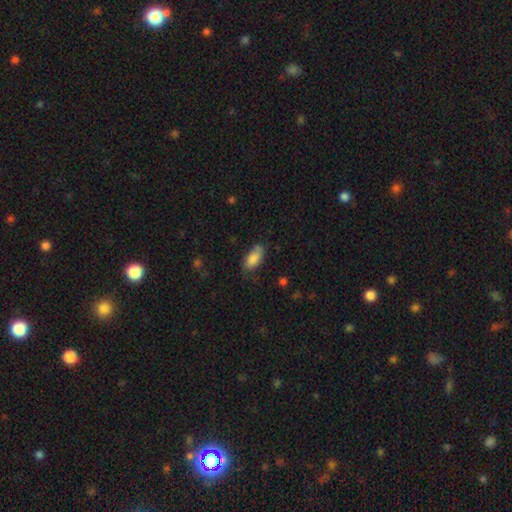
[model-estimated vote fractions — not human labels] A smooth galaxy with no disk features (80%) that is in between round and cigar-shaped (88%). Merging: none (66%).